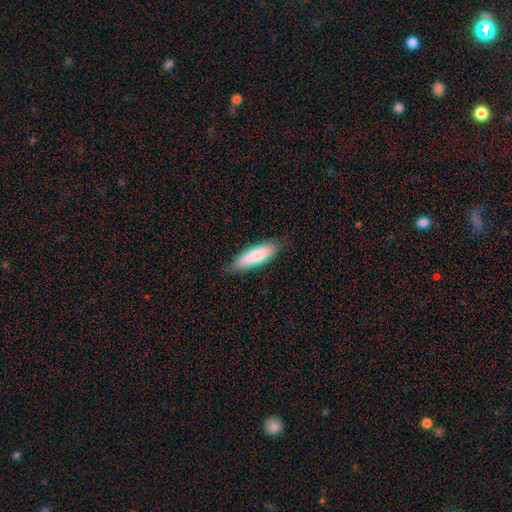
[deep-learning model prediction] smooth 83%, featured or disk 11%, star or artifact 5%. Down the decision tree: how rounded — cigar-shaped (51%); merging — none (80%).